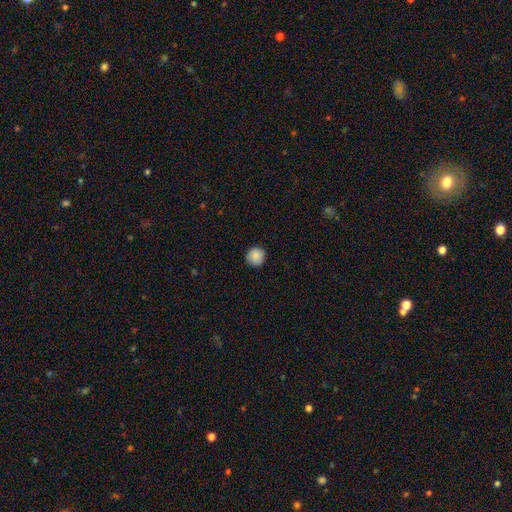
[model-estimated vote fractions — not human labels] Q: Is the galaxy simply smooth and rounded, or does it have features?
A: smooth — 88%.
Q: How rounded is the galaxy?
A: round — 94%.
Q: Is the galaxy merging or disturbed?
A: none — 91%.